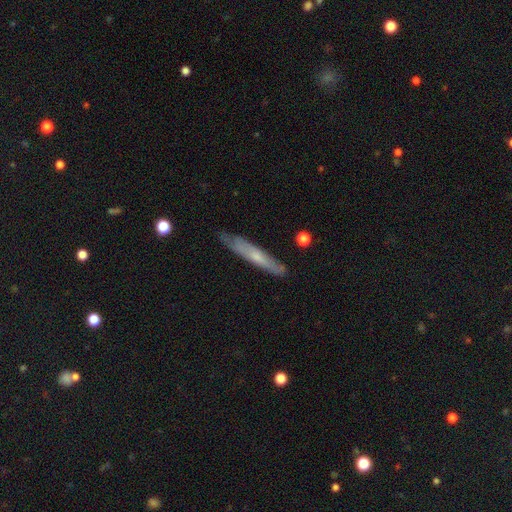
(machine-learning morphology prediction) This appears to be a featured or disk galaxy (49%). Merging: none (78%).